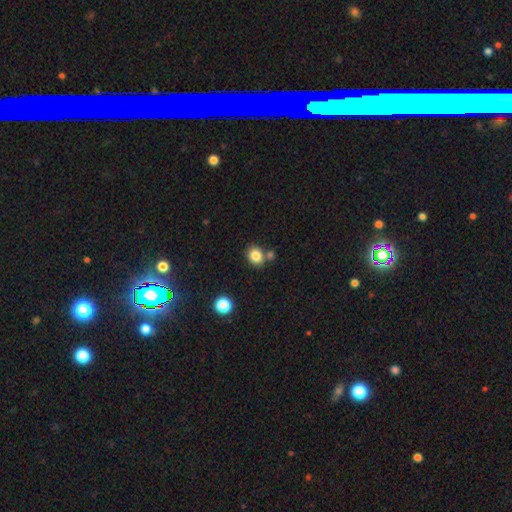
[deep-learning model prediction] Morphology: type=smooth (83%); roundness=round (62%); merging=none (70%).